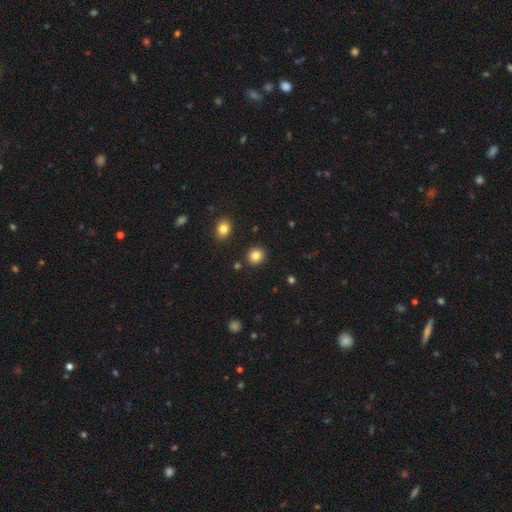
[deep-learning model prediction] This is clearly a smooth galaxy (84%). How rounded: clearly round (84%). Merging: clearly none (90%).